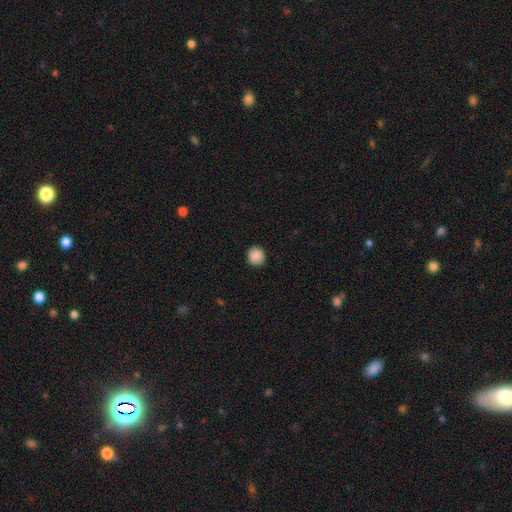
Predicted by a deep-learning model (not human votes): This appears to be a smooth galaxy with no disk features (89%) that is round (92%). Merging: none (91%).